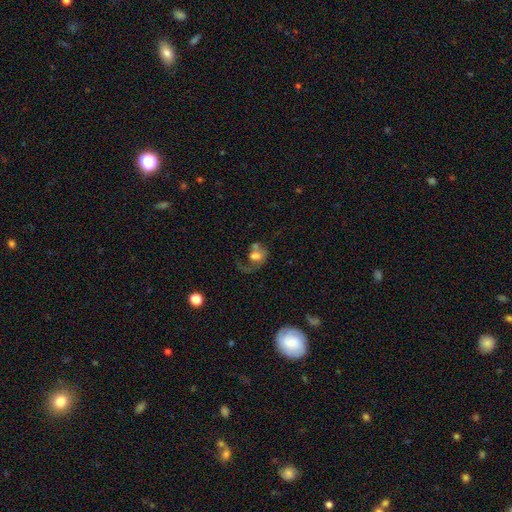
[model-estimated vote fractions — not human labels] Smooth or featured?
  - smooth: 48% *
  - featured or disk: 40%
  - star or artifact: 12%
Merging?
  - major disturbance: 34% *
  - merger: 30%
  - none: 22%
  - minor disturbance: 14%